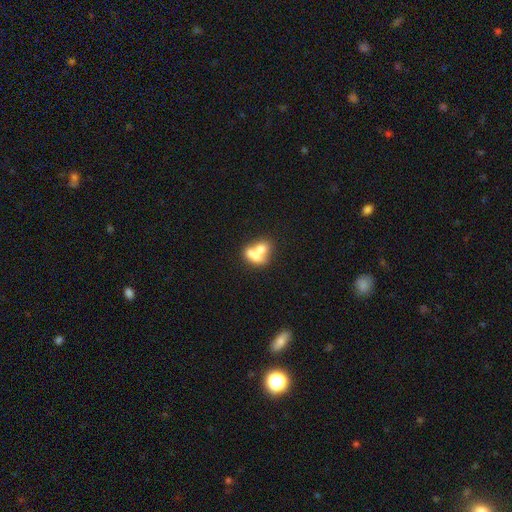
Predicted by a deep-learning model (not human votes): A smooth galaxy with no disk features (65%) that is in between round and cigar-shaped (63%). Merging: merger (69%).